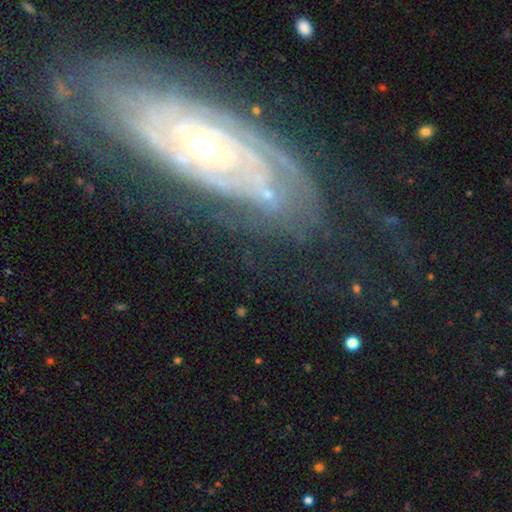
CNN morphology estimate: Smooth or featured: featured or disk — 84% (star or artifact — 8%)
Edge-on disk: no — 90% (yes — 10%)
Bar: no — 73% (weak — 17%)
Spiral arms: yes — 93% (no — 7%)
Spiral winding: tight — 80% (medium — 16%)
Spiral arm count: can't tell — 39% (2 — 20%)
Bulge size: moderate — 63% (small — 29%)
Merging: none — 70% (minor disturbance — 17%)